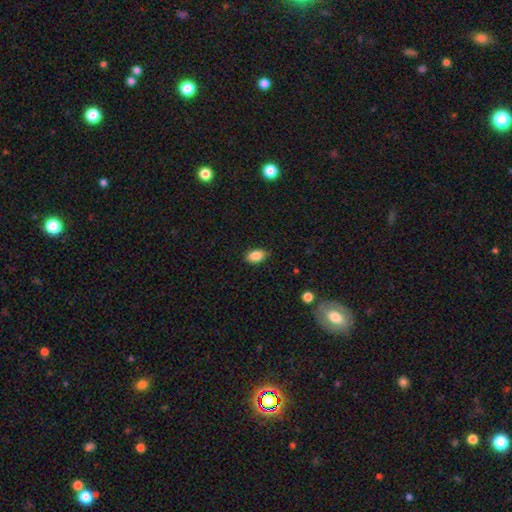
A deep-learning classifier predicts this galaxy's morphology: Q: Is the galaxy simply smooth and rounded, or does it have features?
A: smooth — 85%.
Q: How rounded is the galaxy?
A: in between — 87%.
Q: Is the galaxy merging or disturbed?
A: none — 85%.